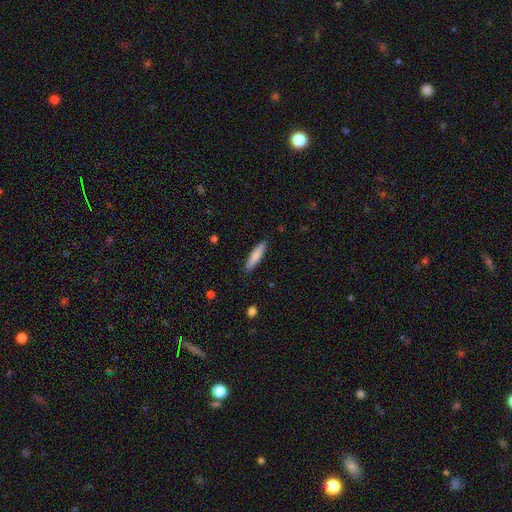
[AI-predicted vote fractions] Smooth or featured?
  - smooth: 82% *
  - featured or disk: 13%
  - star or artifact: 6%
How rounded?
  - cigar-shaped: 81% *
  - in between: 18%
  - round: 1%
Merging?
  - none: 89% *
  - minor disturbance: 8%
  - major disturbance: 2%
  - merger: 1%